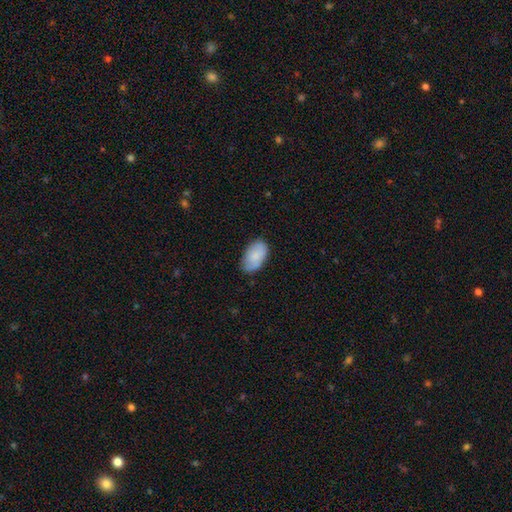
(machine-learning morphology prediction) smooth 82%, featured or disk 12%, star or artifact 6%. Down the decision tree: how rounded — in between (94%); merging — none (78%).